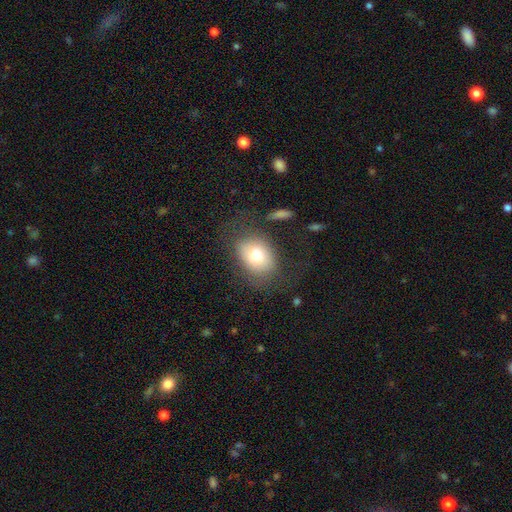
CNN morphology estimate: This is likely a smooth galaxy (71%). How rounded: possibly in between (58%). Merging: likely none (68%).